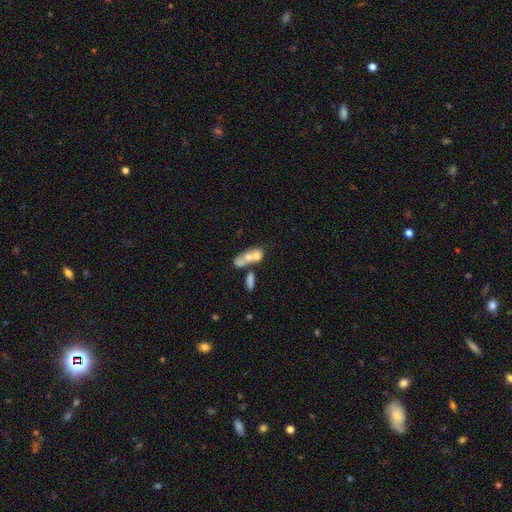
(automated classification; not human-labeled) Overall: smooth (54%; featured or disk 36%). How rounded: in between (66%). Merging: merger (65%).